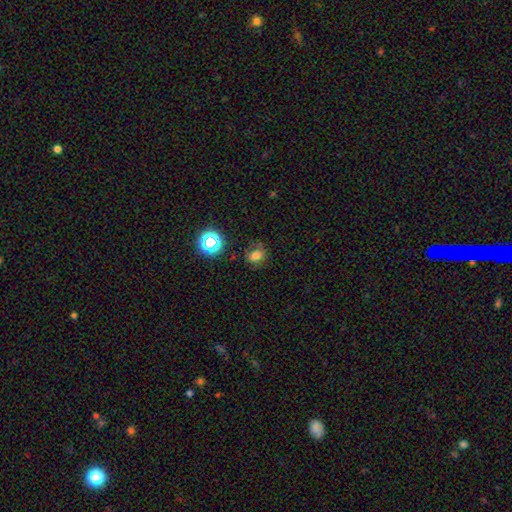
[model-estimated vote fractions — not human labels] A smooth galaxy with no disk features (68%) that is round (51%). Merging: none (69%).